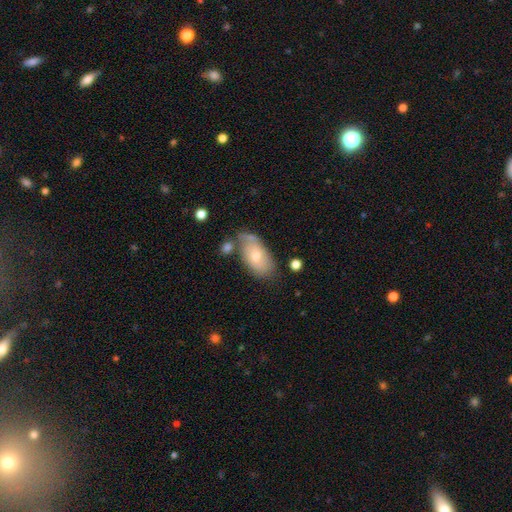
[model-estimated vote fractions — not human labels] Morphology: type=smooth (63%); roundness=in between (92%); merging=none (54%).